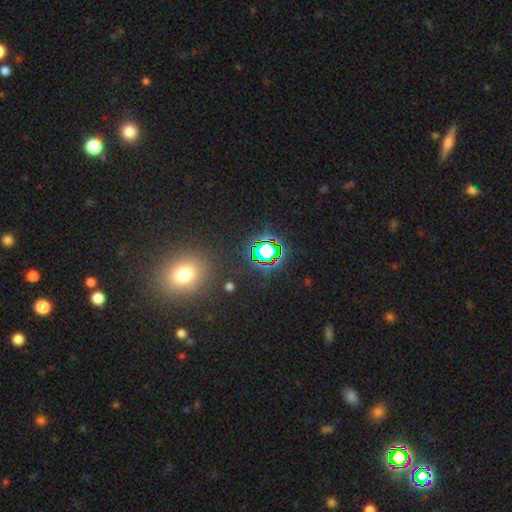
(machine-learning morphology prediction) A smooth galaxy with no disk features (46%). Merging: none (88%).